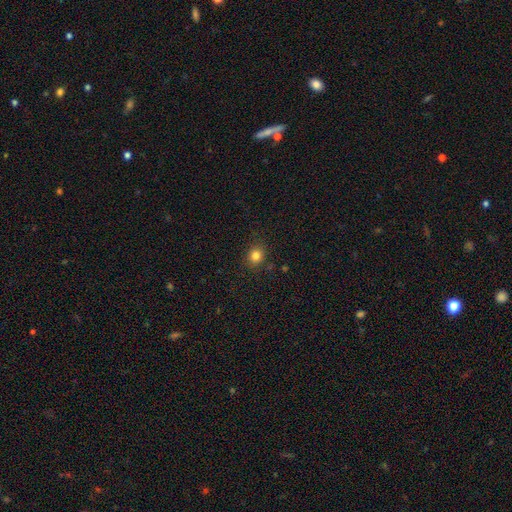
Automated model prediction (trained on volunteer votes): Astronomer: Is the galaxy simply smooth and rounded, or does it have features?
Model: smooth — 82%.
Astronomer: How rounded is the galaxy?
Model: round — 73%.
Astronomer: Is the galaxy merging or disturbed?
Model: none — 86%.